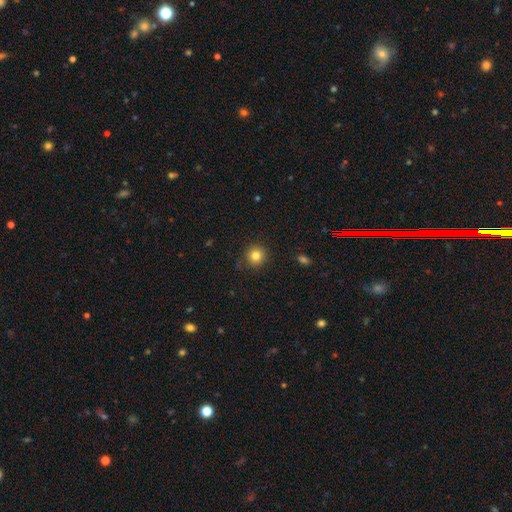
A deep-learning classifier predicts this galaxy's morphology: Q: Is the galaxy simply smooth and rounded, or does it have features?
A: smooth — 81%.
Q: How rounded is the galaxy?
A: round — 93%.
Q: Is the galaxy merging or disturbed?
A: none — 88%.